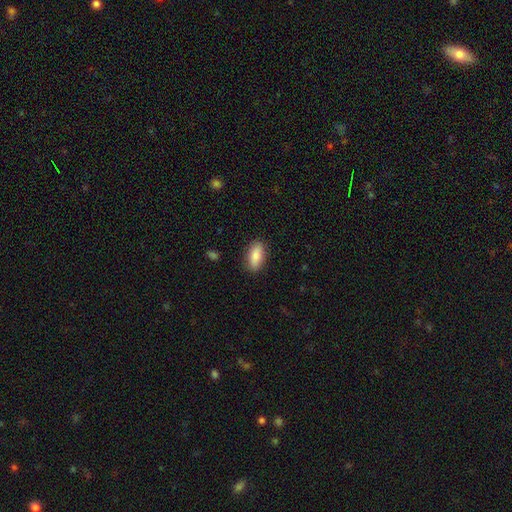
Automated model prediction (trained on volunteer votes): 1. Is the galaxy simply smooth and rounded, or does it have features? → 85% smooth, 8% featured or disk, 6% star or artifact.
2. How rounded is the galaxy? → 87% in between, 10% cigar-shaped, 3% round.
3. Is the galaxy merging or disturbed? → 87% none, 9% minor disturbance, 2% major disturbance, 1% merger.